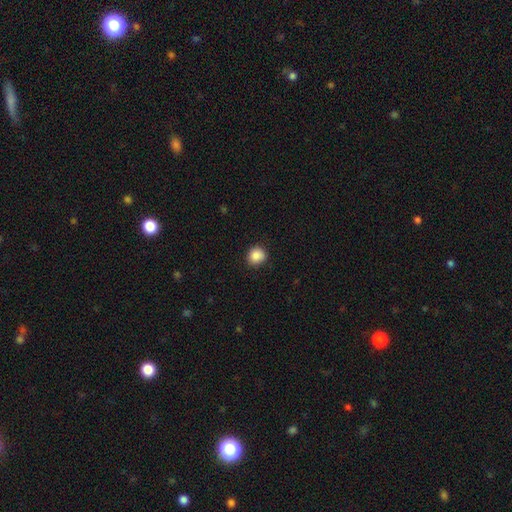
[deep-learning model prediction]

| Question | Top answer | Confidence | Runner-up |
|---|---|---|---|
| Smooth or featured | smooth | 87% | star or artifact (9%) |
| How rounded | round | 85% | in between (14%) |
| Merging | none | 85% | minor disturbance (11%) |